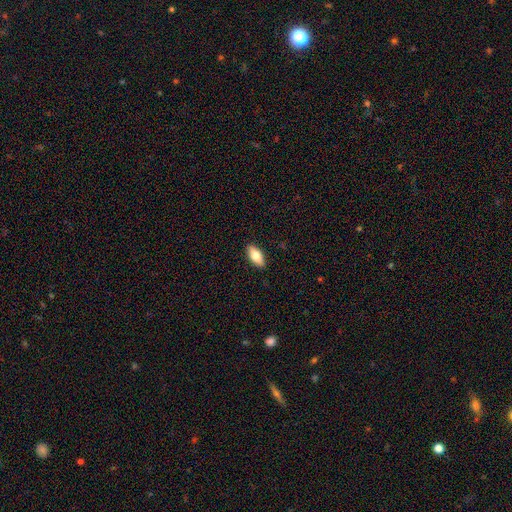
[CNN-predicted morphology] Overall: smooth (75%). How rounded: in between (83%). Merging: none (89%).